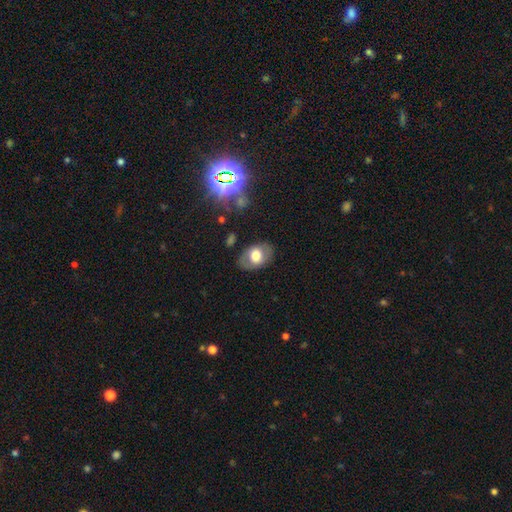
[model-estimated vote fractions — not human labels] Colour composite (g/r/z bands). It shows a smooth galaxy with no disk features (62%) that is in between round and cigar-shaped (81%). Merging: none (79%).